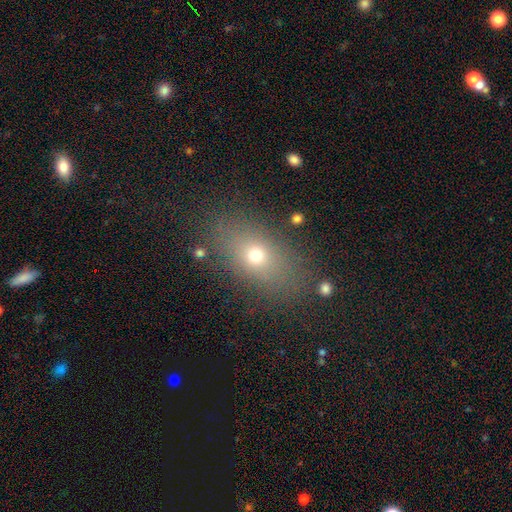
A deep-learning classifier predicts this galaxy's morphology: The model was most divided on "how rounded": in between: 68%, round: 26%, cigar-shaped: 6%. More confident: merging — none (80%); smooth or featured — smooth (65%).